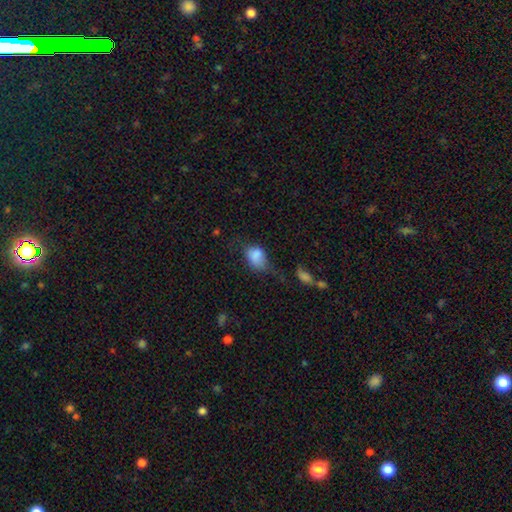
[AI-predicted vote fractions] smooth-or-featured: smooth: 81% | featured or disk: 10% | star or artifact: 9%
  how-rounded: in between: 72% | round: 27% | cigar-shaped: 2%
  merging: none: 31% (tied) | minor disturbance: 31% (tied) | major disturbance: 27% | merger: 11%